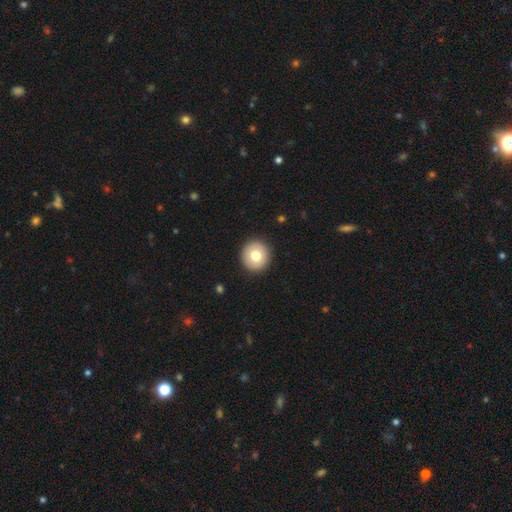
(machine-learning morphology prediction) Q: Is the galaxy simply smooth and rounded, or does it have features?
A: smooth — 76%.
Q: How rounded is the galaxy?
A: round — 94%.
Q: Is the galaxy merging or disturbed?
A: none — 93%.